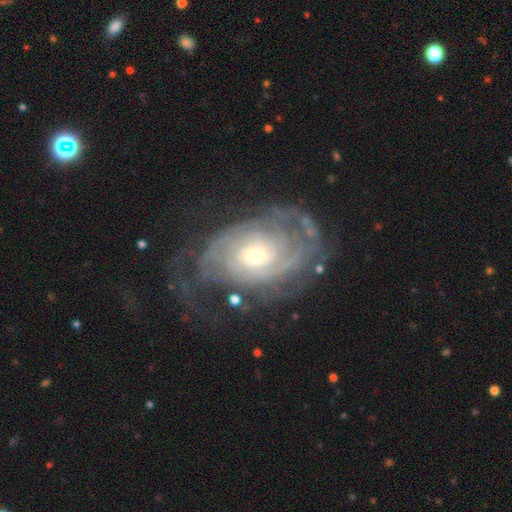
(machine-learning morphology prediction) This appears to be a featured or disk galaxy (86%) with no bar (76%), tight (70%) spiral arms (92%) and a small central bulge (50%). Merging: none (59%).